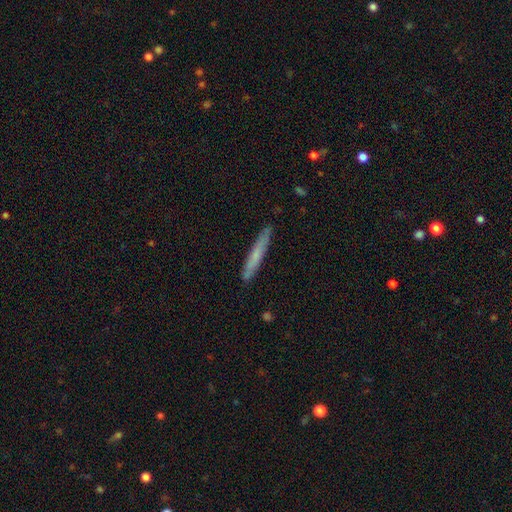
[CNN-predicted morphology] The model was most divided on "smooth or featured": smooth: 60%, featured or disk: 34%, star or artifact: 6%. More confident: how rounded — cigar-shaped (96%); merging — none (88%).